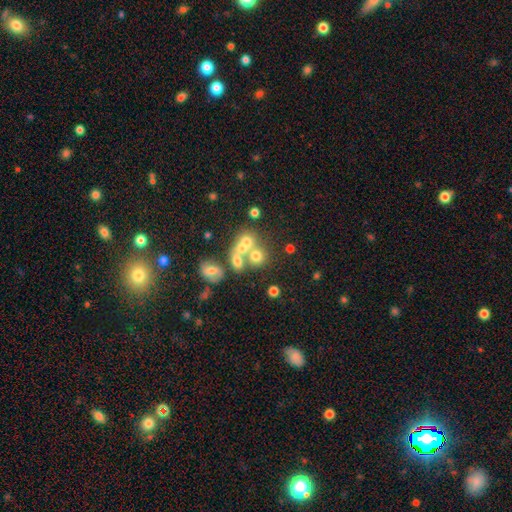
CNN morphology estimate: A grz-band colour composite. It shows a smooth galaxy with no disk features (58%) that is round (73%). Merging: merger (48%).